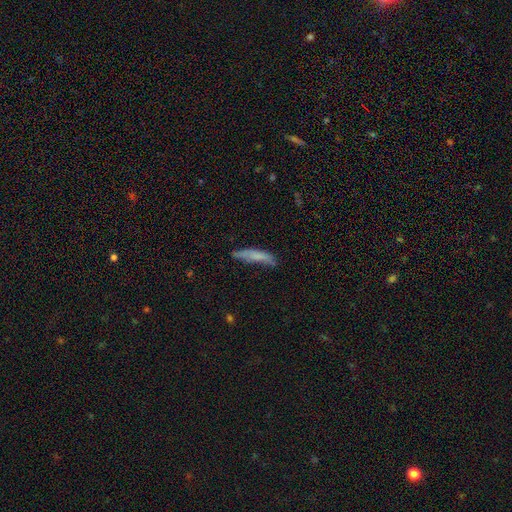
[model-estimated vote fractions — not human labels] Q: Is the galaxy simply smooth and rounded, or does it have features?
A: smooth — 68%.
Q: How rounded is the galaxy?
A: cigar-shaped — 80%.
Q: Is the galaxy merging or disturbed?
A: none — 56%.